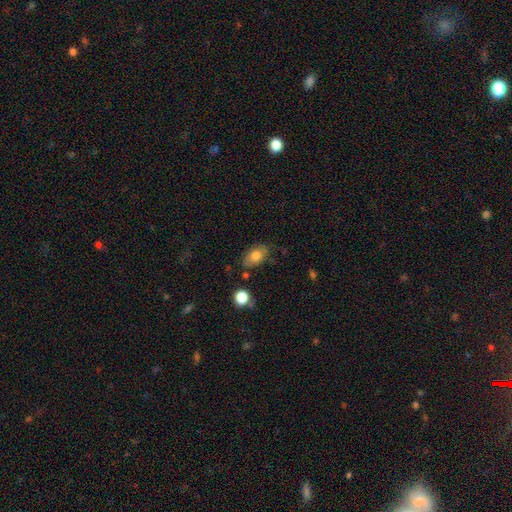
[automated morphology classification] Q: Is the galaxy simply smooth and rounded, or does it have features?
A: smooth — 72%.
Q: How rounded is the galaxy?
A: in between — 88%.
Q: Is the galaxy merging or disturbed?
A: none — 72%.